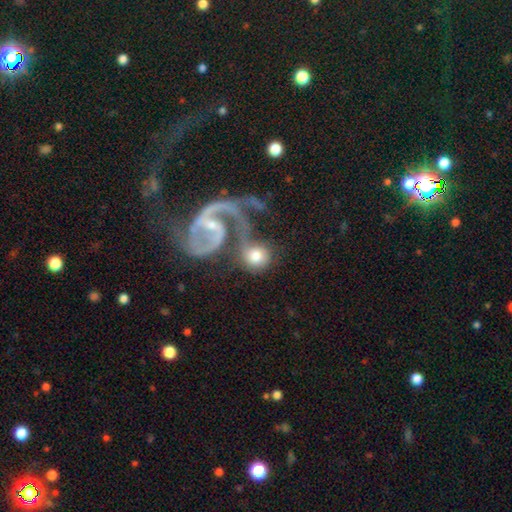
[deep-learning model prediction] This appears to be a smooth galaxy with no disk features (56%) that is round (83%). Merging: merger (42%).